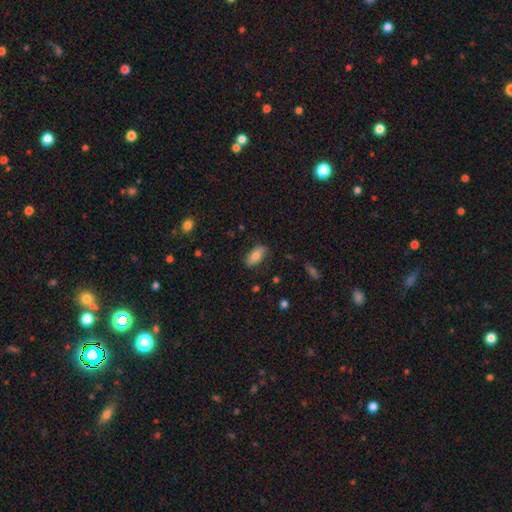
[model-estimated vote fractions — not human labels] The model was most divided on "smooth or featured": smooth: 74%, featured or disk: 19%, star or artifact: 7%. More confident: how rounded — in between (90%); merging — none (83%).